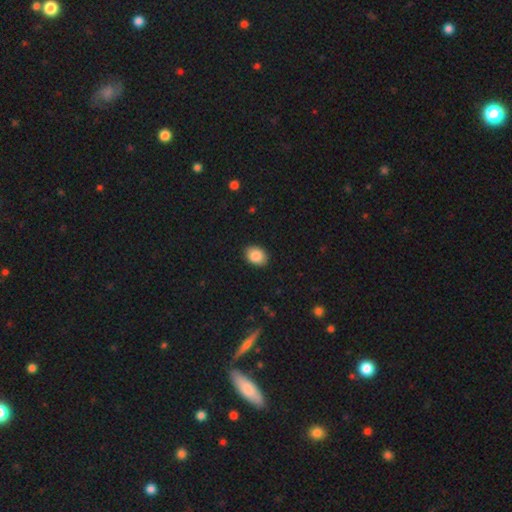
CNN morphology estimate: Smooth or featured? Predicted: smooth (p=0.88). How rounded? Predicted: in between (p=0.72). Merging? Predicted: none (p=0.88).